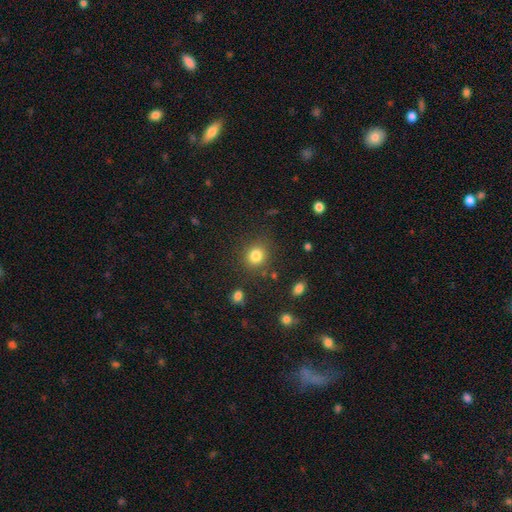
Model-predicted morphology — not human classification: Smooth or featured?
  - smooth: 82% *
  - star or artifact: 12%
  - featured or disk: 6%
How rounded?
  - round: 83% *
  - in between: 16%
  - cigar-shaped: 1%
Merging?
  - none: 84% *
  - minor disturbance: 9%
  - major disturbance: 4%
  - merger: 3%